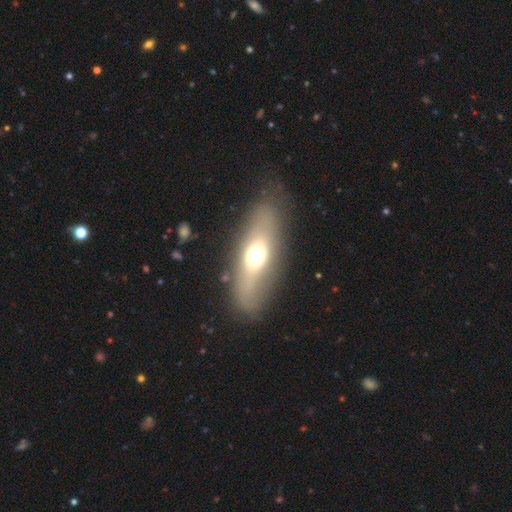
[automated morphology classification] A smooth galaxy with no disk features (50%).

Vote fractions:
- Smooth or featured? smooth: 50% / featured or disk: 40% / star or artifact: 10%
- Merging? none: 82% / minor disturbance: 11% / major disturbance: 6% / merger: 2%